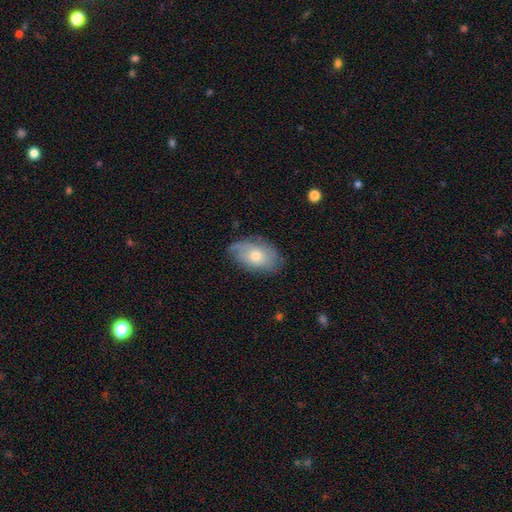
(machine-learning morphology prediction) smooth-or-featured: smooth: 52% | featured or disk: 41% | star or artifact: 8%
  how-rounded: in between: 90% | round: 9% | cigar-shaped: 2%
  merging: none: 71% | minor disturbance: 23% | major disturbance: 5% | merger: 1%